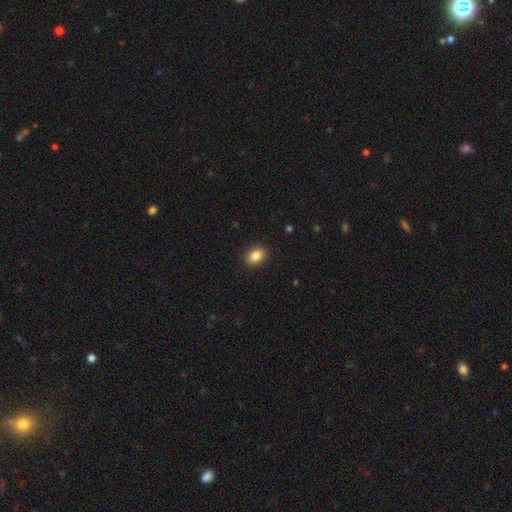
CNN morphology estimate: This appears to be a smooth galaxy with no disk features (85%) that is in between round and cigar-shaped (67%). Merging: none (91%).